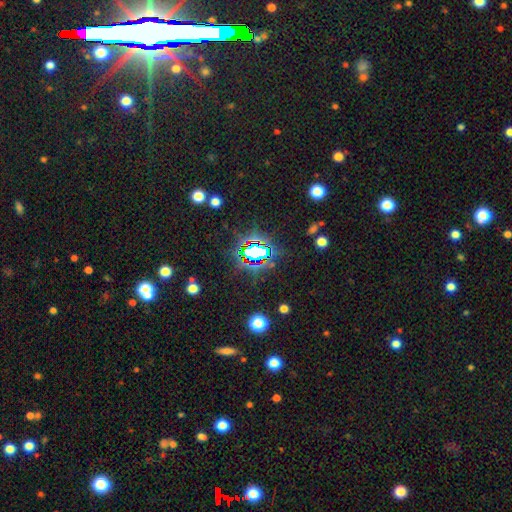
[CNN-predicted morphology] Smooth or featured? Predicted: star or artifact (p=0.72).